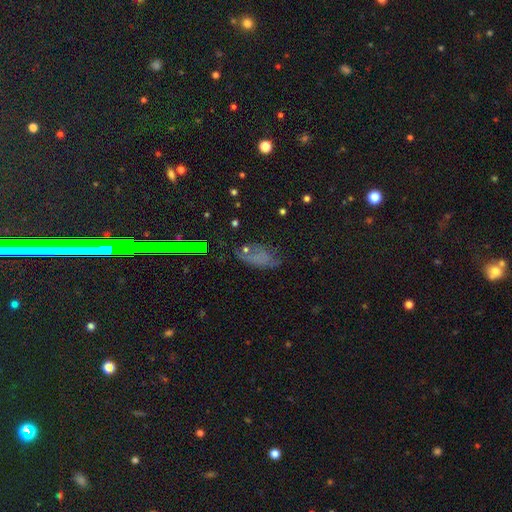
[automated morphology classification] smooth_or_featured: star or artifact (p=0.40) [alt: smooth p=0.37]